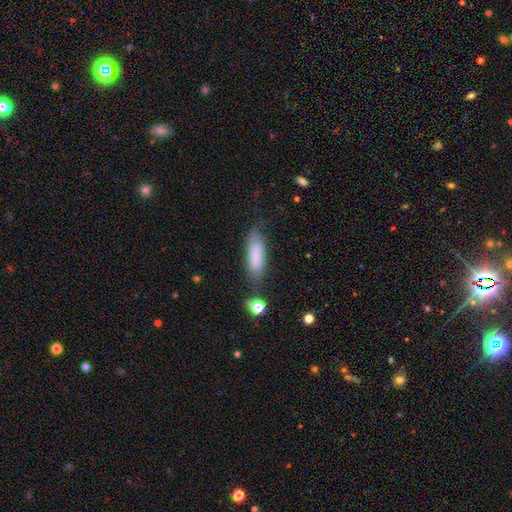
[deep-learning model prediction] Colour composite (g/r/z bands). It shows a smooth galaxy with no disk features (75%) that is in between round and cigar-shaped (53%). Merging: none (61%).